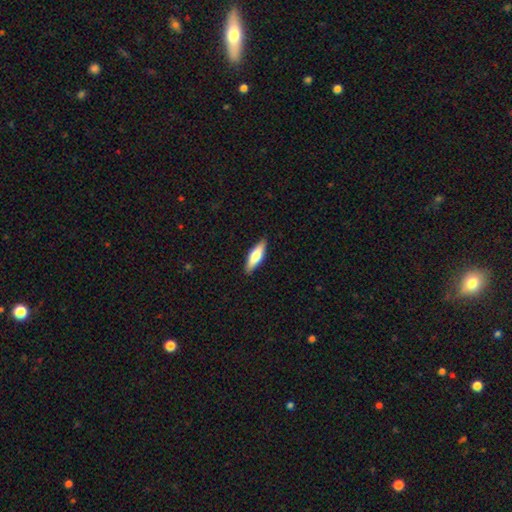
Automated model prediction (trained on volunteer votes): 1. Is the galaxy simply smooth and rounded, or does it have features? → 65% smooth, 29% featured or disk, 5% star or artifact.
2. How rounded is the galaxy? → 51% cigar-shaped, 47% in between, 2% round.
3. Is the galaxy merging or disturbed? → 88% none, 9% minor disturbance, 2% major disturbance, 1% merger.